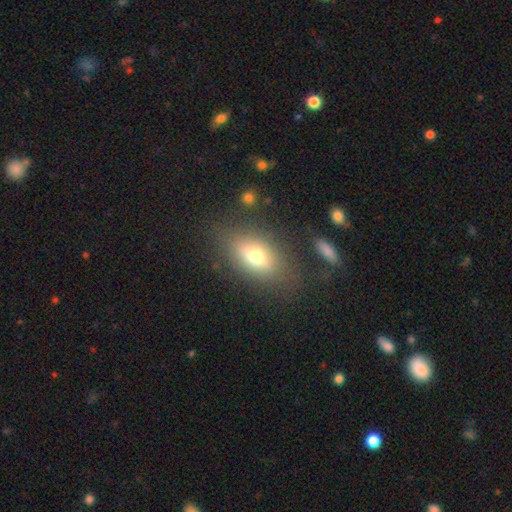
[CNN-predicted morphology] Smooth or featured? Predicted: smooth (p=0.62). How rounded? Predicted: in between (p=0.79). Merging? Predicted: none (p=0.75).